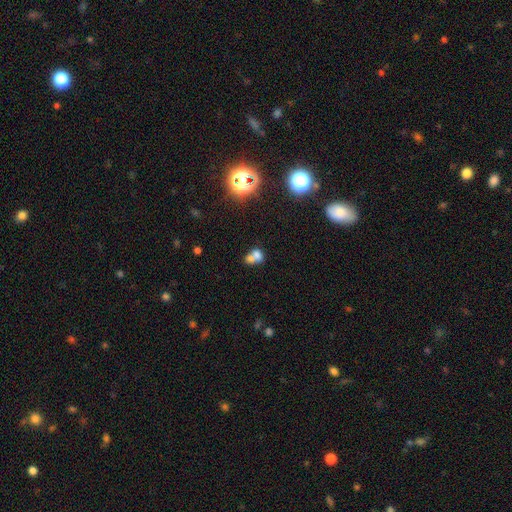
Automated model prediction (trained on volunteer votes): Q: Smooth or featured?
A: smooth (65%); runner-up: featured or disk (19%)
Q: How rounded?
A: in between (52%); runner-up: round (46%)
Q: Merging?
A: merger (67%); runner-up: none (22%)